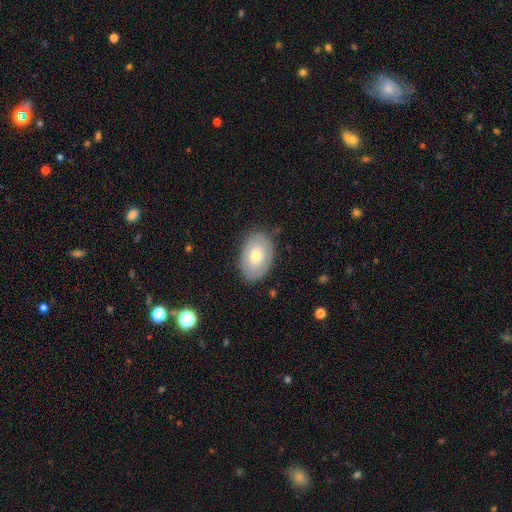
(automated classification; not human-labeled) The model was most divided on "smooth or featured": smooth: 63%, featured or disk: 31%, star or artifact: 6%. More confident: how rounded — in between (87%); merging — none (82%).